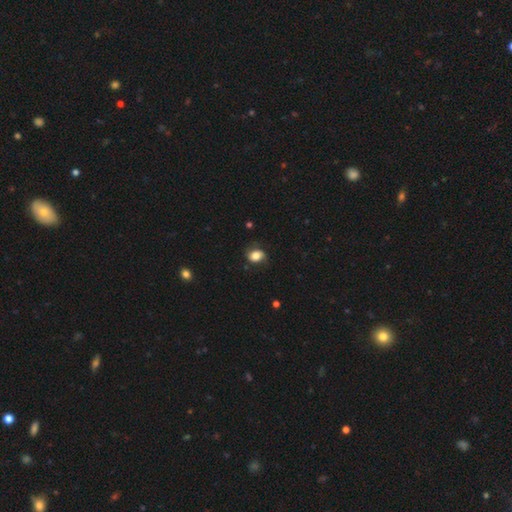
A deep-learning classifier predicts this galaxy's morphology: Overall: smooth (70%). How rounded: in between (56%; round 43%). Merging: none (68%).